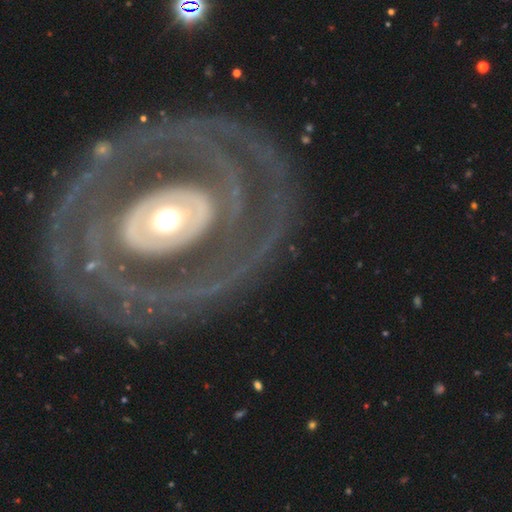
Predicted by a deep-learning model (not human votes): Morphology: type=featured or disk (84%); edge-on=no (96%); bar=no (67%); spiral arms=yes (74%); winding=tight (69%); arm count=2 (31%); bulge=moderate (63%); merging=none (77%).